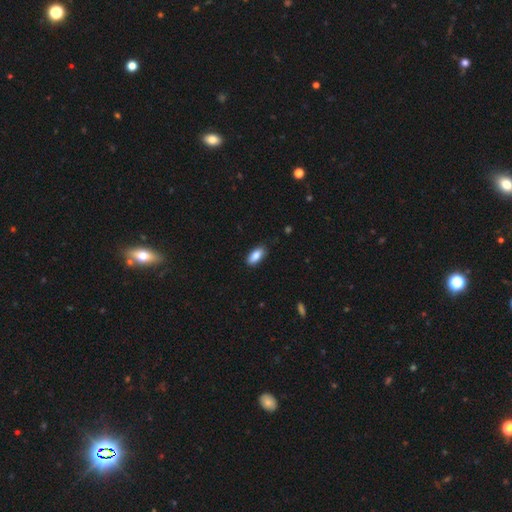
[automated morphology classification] Smooth or featured?
  - smooth: 87% *
  - star or artifact: 7%
  - featured or disk: 6%
How rounded?
  - in between: 89% *
  - cigar-shaped: 9%
  - round: 2%
Merging?
  - none: 85% *
  - minor disturbance: 12%
  - major disturbance: 2%
  - merger: 1%